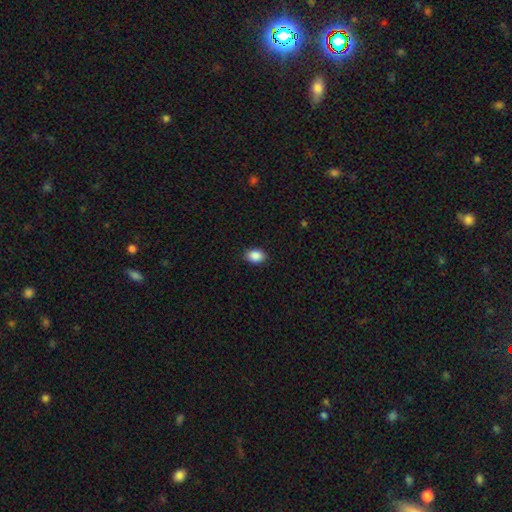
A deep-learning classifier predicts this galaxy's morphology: smooth 89%, star or artifact 8%, featured or disk 3%. Down the decision tree: how rounded — in between (75%); merging — none (89%).